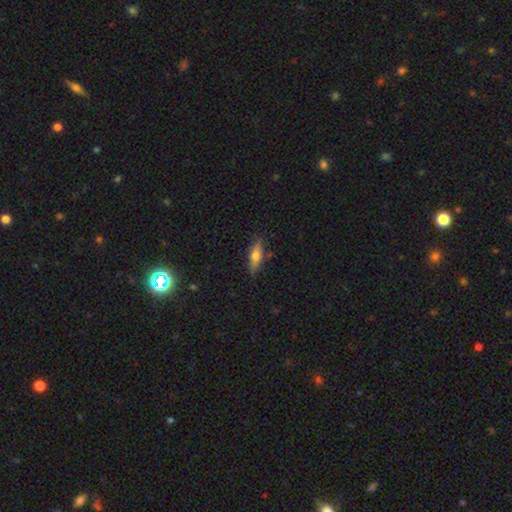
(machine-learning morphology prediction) type=smooth (57%); roundness=cigar-shaped (58%); merging=none (82%).